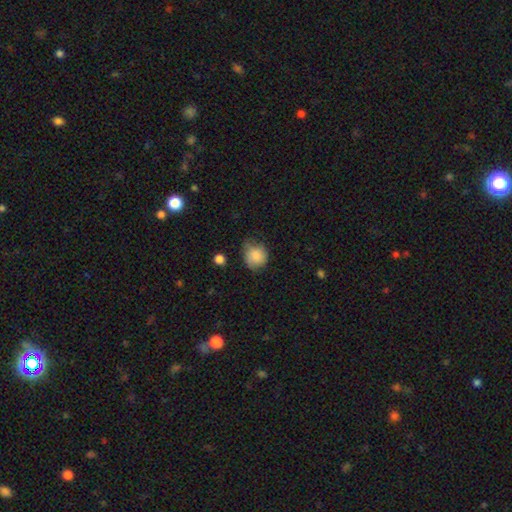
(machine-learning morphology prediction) Smooth or featured? smooth (84%)
How rounded? round (79%)
Merging? none (58%)